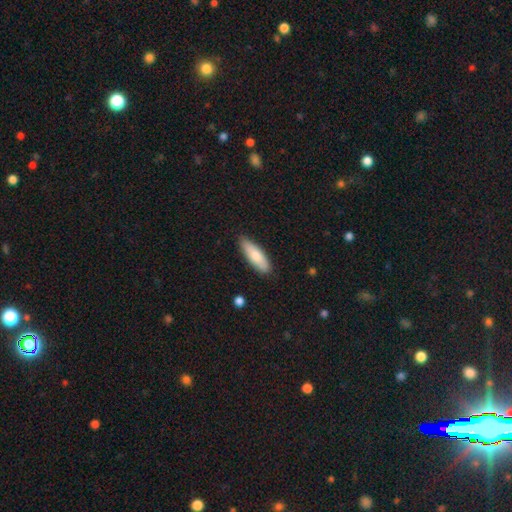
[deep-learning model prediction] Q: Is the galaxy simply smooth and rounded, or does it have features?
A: smooth — 80%.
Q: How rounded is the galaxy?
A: in between — 51%.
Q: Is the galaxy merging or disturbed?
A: none — 84%.